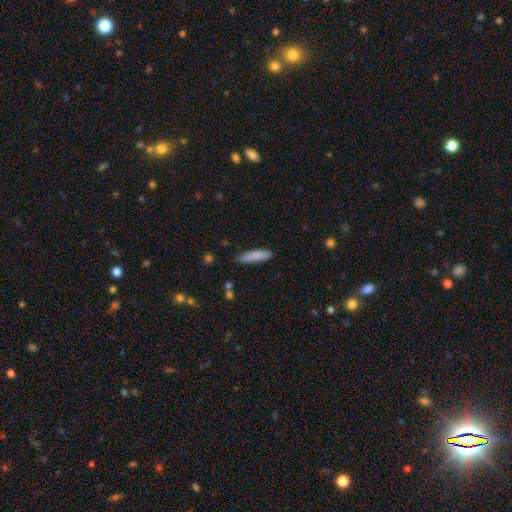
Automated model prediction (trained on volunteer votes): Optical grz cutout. It shows a smooth galaxy with no disk features (85%) that is cigar-shaped (68%). Merging: none (81%).